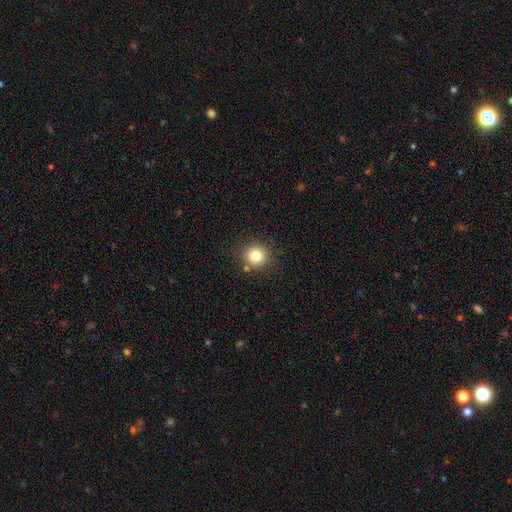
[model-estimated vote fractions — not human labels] smooth-or-featured: smooth: 80% | star or artifact: 12% | featured or disk: 7%
  how-rounded: round: 92% | in between: 7% | cigar-shaped: 1%
  merging: none: 85% | minor disturbance: 8% | merger: 5% | major disturbance: 3%